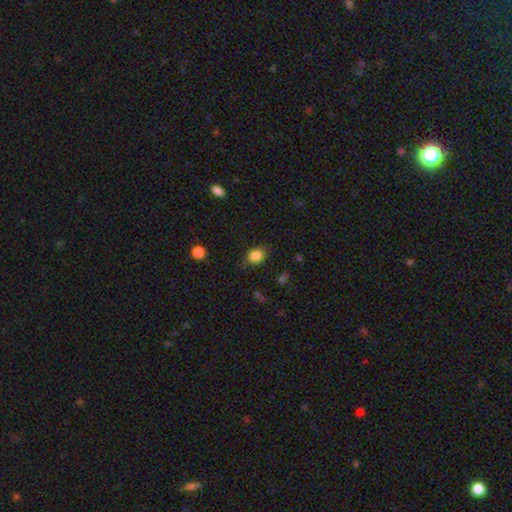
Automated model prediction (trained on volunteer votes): smooth-or-featured: smooth: 85% | star or artifact: 10% | featured or disk: 5%
  how-rounded: in between: 53% | round: 46% | cigar-shaped: 1%
  merging: none: 76% | minor disturbance: 18% | major disturbance: 5% | merger: 1%